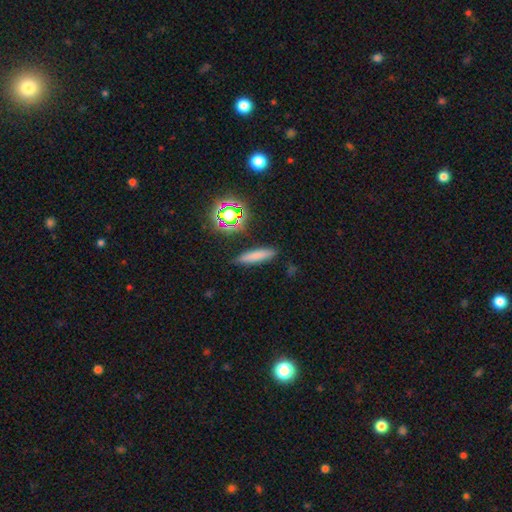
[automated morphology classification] The model was most divided on "smooth or featured": smooth: 74%, featured or disk: 14%, star or artifact: 13%. More confident: merging — none (86%); how rounded — cigar-shaped (82%).